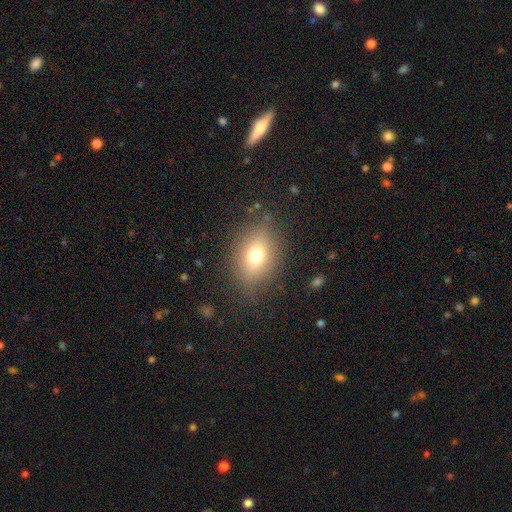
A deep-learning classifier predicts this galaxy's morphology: Smooth or featured?
  - smooth: 71% *
  - featured or disk: 16%
  - star or artifact: 13%
How rounded?
  - in between: 71% *
  - round: 27%
  - cigar-shaped: 2%
Merging?
  - none: 82% *
  - minor disturbance: 12%
  - major disturbance: 5%
  - merger: 1%